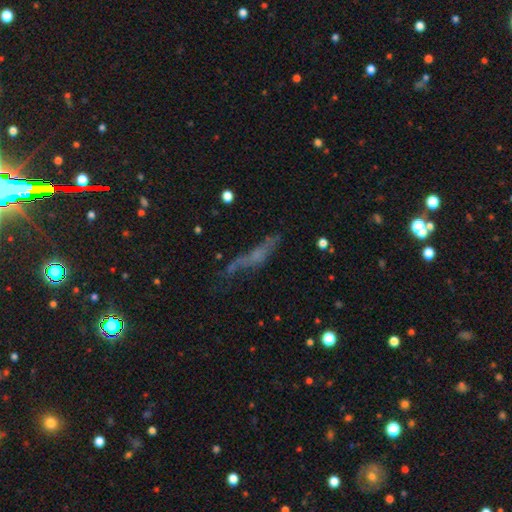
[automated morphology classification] Smooth or featured? Predicted: featured or disk (p=0.43). Merging? Predicted: none (p=0.44).